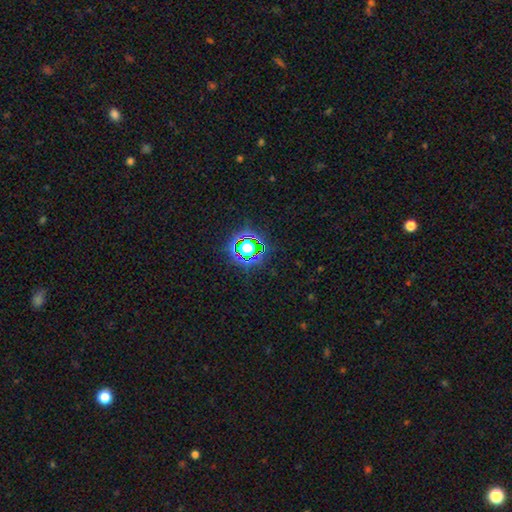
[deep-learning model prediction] A star or artifact, not a galaxy (81%).